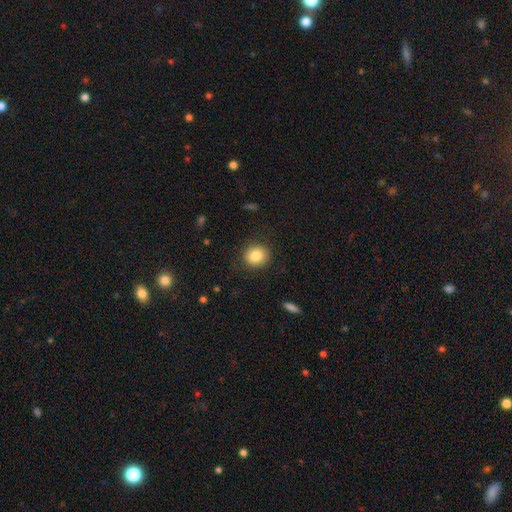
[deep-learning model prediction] This appears to be a smooth galaxy with no disk features (84%) that is round (78%). Merging: none (87%).